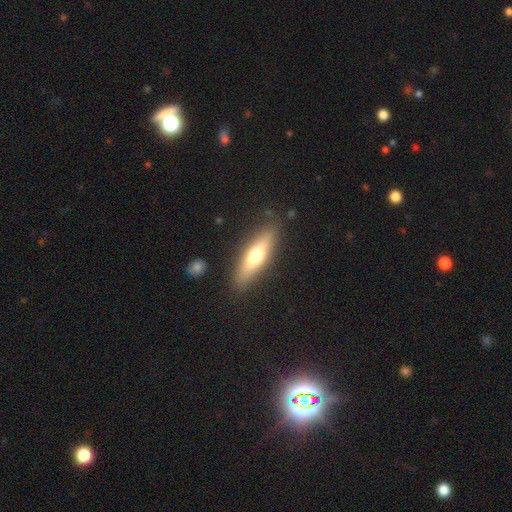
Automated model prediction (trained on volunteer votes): This is possibly a smooth galaxy (57%). How rounded: likely cigar-shaped (61%). Merging: clearly none (86%).